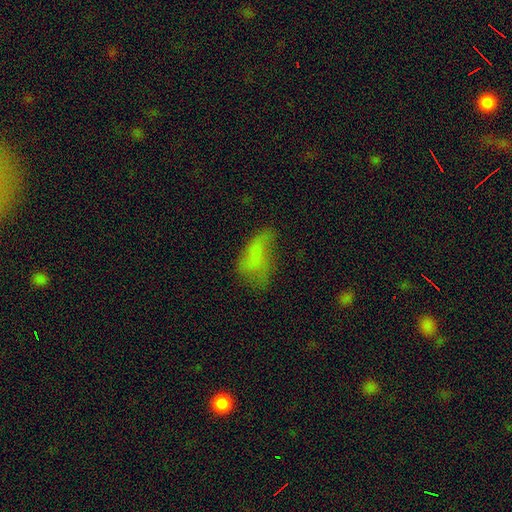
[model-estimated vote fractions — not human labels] smooth-or-featured: smooth: 62% | featured or disk: 25% | star or artifact: 13%
  how-rounded: in between: 86% | cigar-shaped: 9% | round: 5%
  merging: none: 34% | major disturbance: 33% | minor disturbance: 29% | merger: 4%